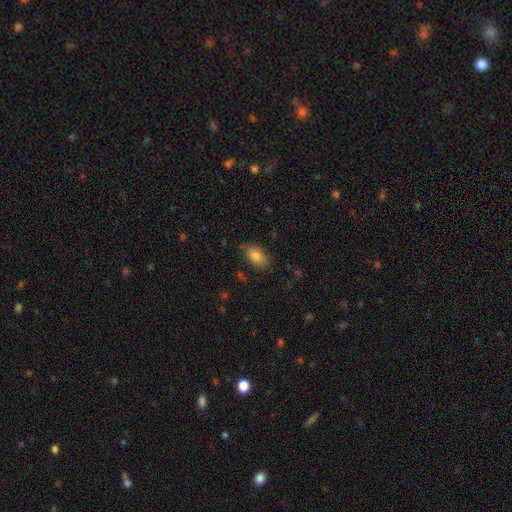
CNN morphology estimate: Smooth or featured? Predicted: smooth (p=0.82). How rounded? Predicted: in between (p=0.91). Merging? Predicted: none (p=0.82).